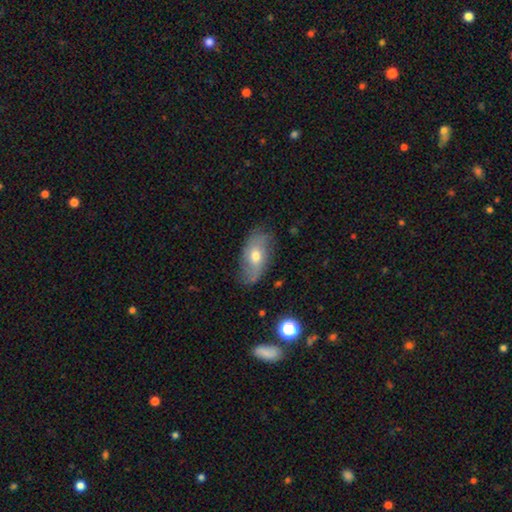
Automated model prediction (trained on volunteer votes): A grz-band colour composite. It shows a featured or disk galaxy (48%). Merging: none (75%).